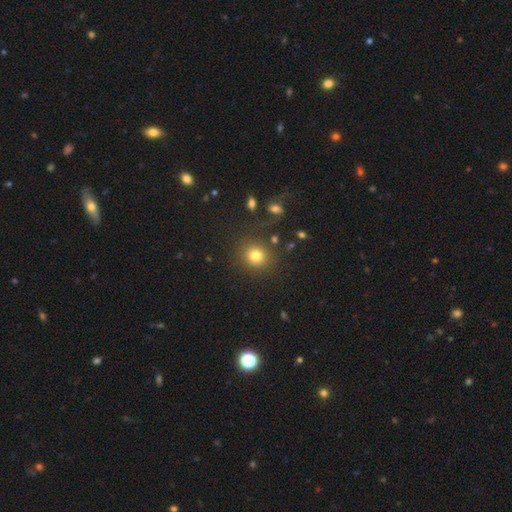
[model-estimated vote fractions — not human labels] smooth-or-featured: smooth: 78% | star or artifact: 14% | featured or disk: 8%
  how-rounded: round: 86% | in between: 13% | cigar-shaped: 1%
  merging: none: 83% | minor disturbance: 9% | major disturbance: 4% | merger: 4%